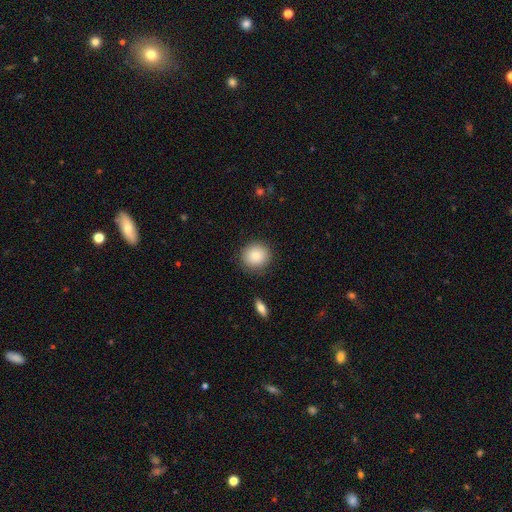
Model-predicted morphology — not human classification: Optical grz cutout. It shows a smooth galaxy with no disk features (84%) that is round (88%). Merging: none (88%).